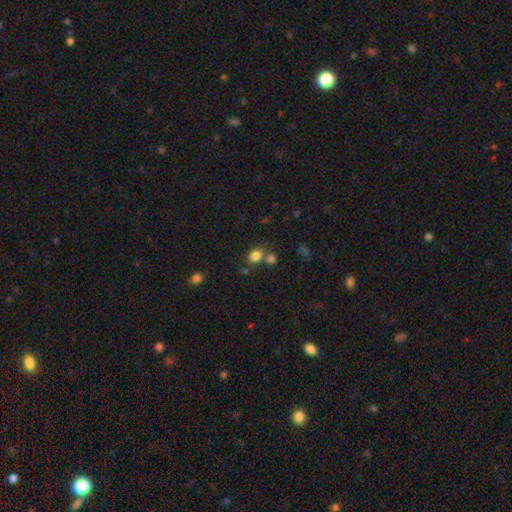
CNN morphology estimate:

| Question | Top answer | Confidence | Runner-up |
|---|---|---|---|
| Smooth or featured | smooth | 81% | star or artifact (13%) |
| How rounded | round | 57% | in between (42%) |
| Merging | none | 62% | merger (23%) |